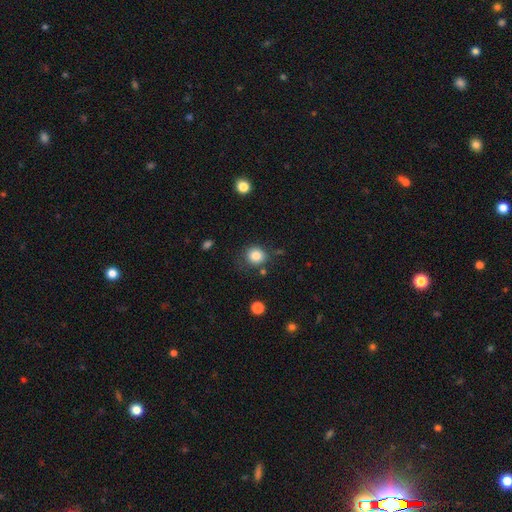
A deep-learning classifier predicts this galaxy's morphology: Smooth or featured? Predicted: smooth (p=0.84). How rounded? Predicted: round (p=0.86). Merging? Predicted: none (p=0.78).